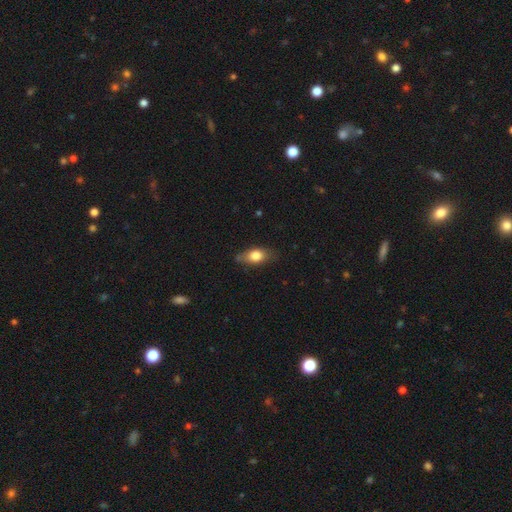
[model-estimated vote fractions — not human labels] Smooth or featured? Predicted: smooth (p=0.76). How rounded? Predicted: in between (p=0.80). Merging? Predicted: none (p=0.70).